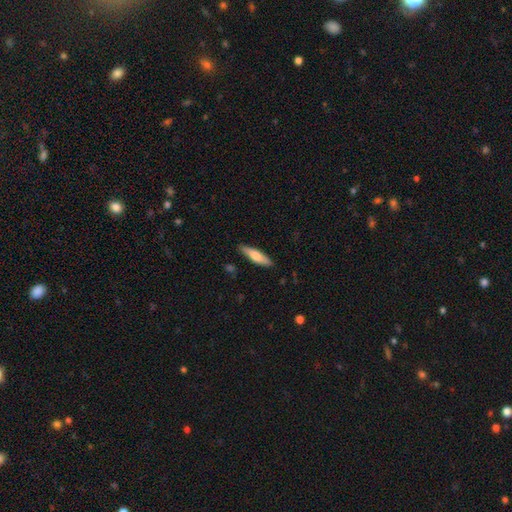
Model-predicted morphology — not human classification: Overall: smooth (67%). How rounded: cigar-shaped (72%). Merging: none (86%).